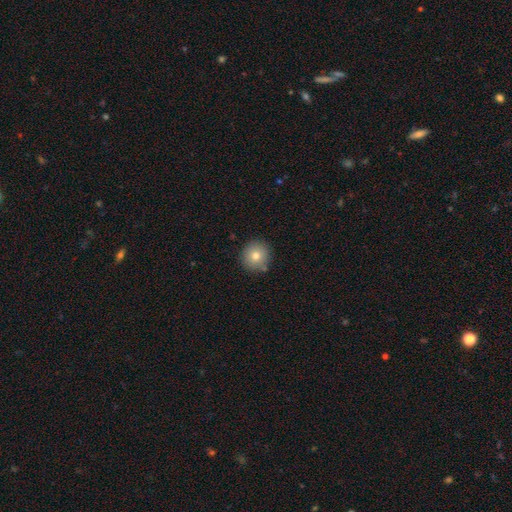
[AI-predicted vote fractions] This is likely a smooth galaxy (78%). How rounded: clearly round (92%). Merging: clearly none (84%).